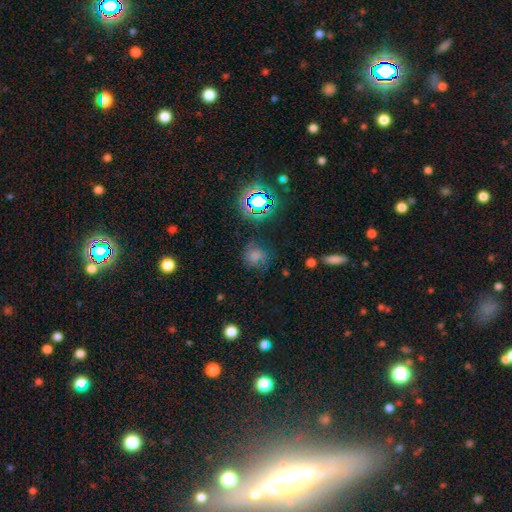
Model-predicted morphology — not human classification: This appears to be a smooth galaxy with no disk features (61%) that is round (84%). Merging: none (66%).